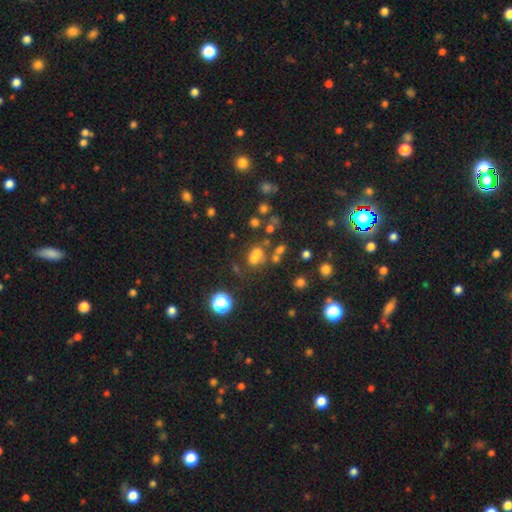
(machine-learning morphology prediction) A smooth galaxy with no disk features (56%) that is round (54%). Merging: merger (40%).